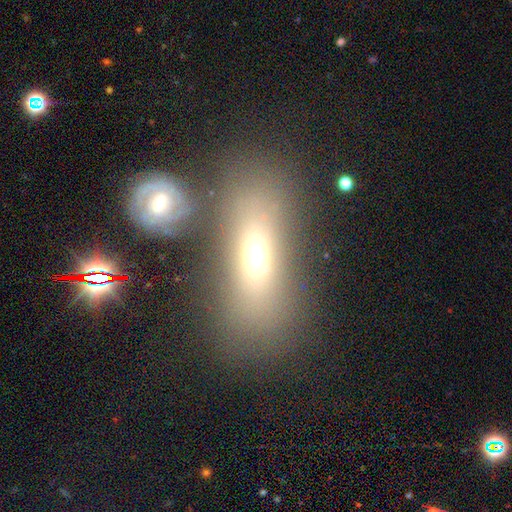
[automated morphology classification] type=smooth (59%); roundness=in between (66%); merging=none (59%).